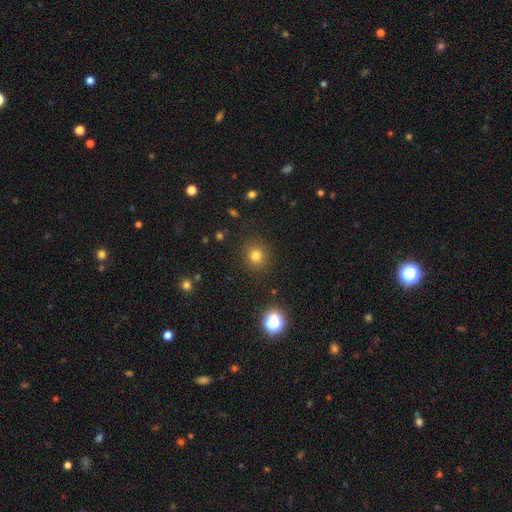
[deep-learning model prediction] Morphology: type=smooth (78%); roundness=round (90%); merging=none (89%).